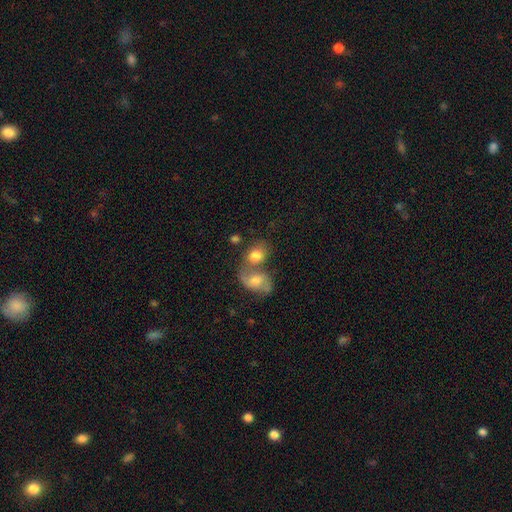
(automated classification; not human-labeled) Smooth or featured: smooth — 69% (featured or disk — 23%)
How rounded: in between — 60% (round — 38%)
Merging: merger — 55% (none — 31%)